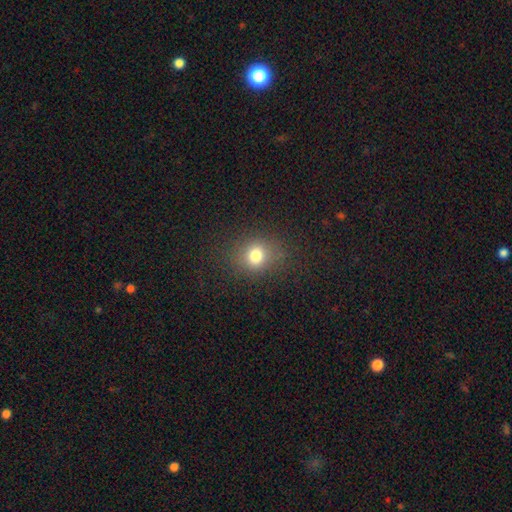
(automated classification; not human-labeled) This appears to be a smooth galaxy with no disk features (76%) that is round (71%). Merging: none (84%).